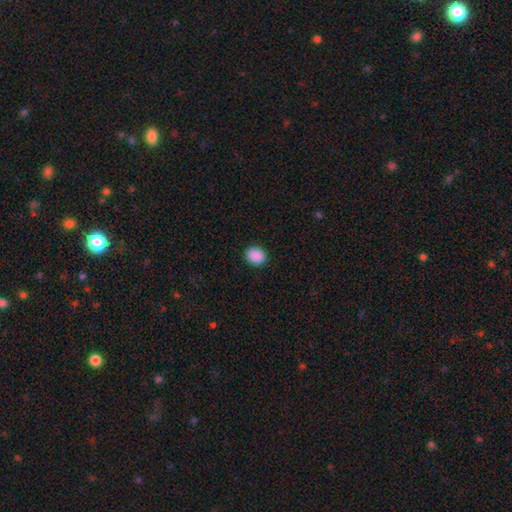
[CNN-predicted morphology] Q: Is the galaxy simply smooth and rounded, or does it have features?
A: smooth — 90%.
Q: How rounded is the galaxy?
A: round — 65%.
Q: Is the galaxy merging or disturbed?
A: none — 90%.